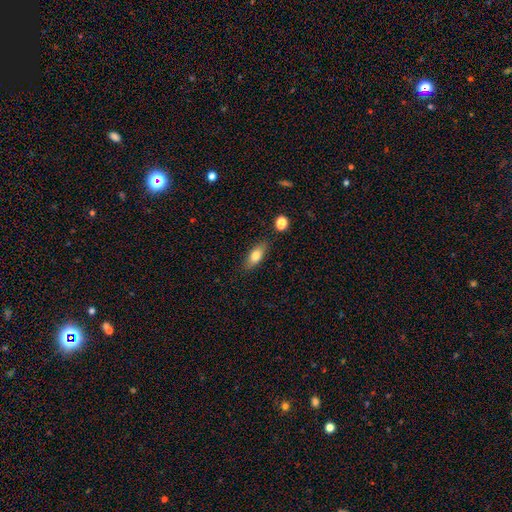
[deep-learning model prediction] This is likely a smooth galaxy (76%). How rounded: likely in between (79%). Merging: clearly none (81%).